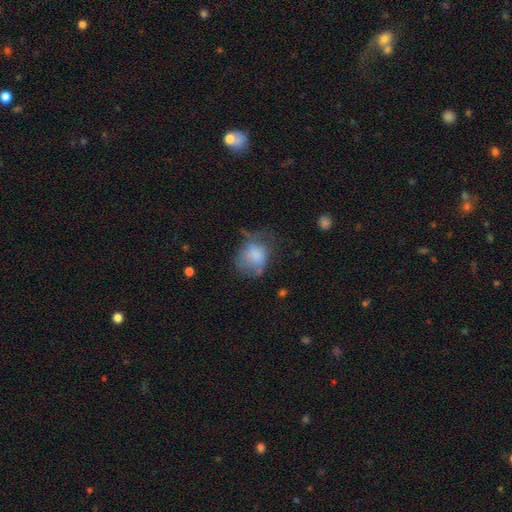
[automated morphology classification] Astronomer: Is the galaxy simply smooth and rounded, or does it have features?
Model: smooth — 68%.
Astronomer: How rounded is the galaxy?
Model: in between — 52% (runner-up: round, 47%).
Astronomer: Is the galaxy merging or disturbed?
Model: major disturbance — 37% (runner-up: minor disturbance, 30%).